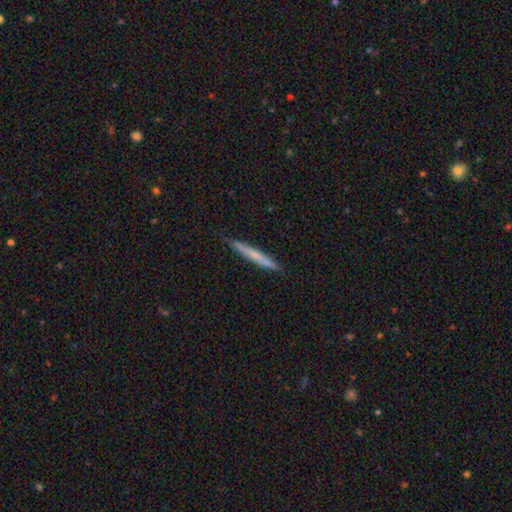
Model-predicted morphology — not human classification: Smooth or featured?
  - smooth: 57% *
  - featured or disk: 37%
  - star or artifact: 6%
How rounded?
  - cigar-shaped: 96% *
  - in between: 2%
  - round: 1%
Merging?
  - none: 89% *
  - minor disturbance: 8%
  - major disturbance: 1%
  - merger: 1%